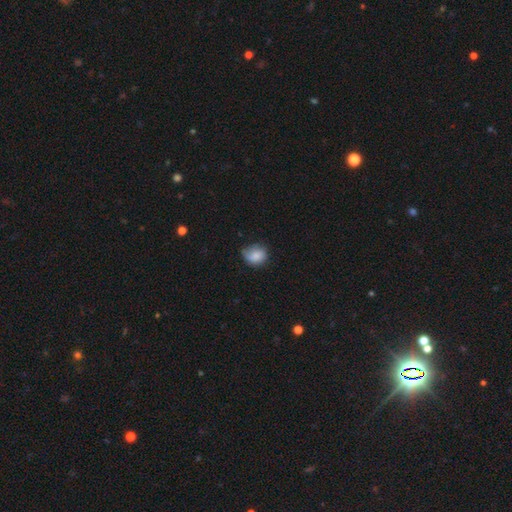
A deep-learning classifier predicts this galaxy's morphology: A smooth galaxy with no disk features (76%) that is round (62%). Merging: none (52%).